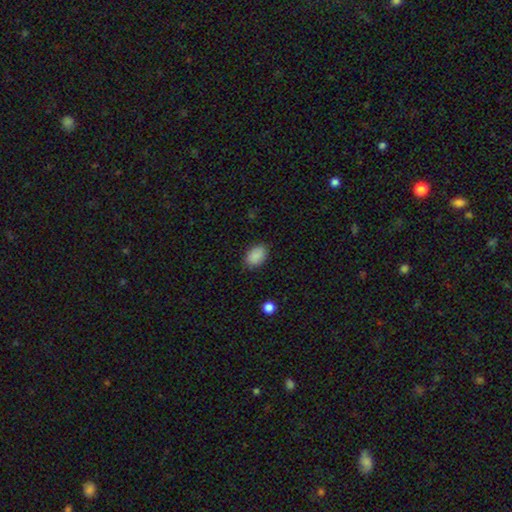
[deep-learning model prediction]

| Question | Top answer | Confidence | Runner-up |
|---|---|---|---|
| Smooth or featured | smooth | 88% | star or artifact (8%) |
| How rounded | in between | 83% | round (16%) |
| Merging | none | 82% | minor disturbance (13%) |